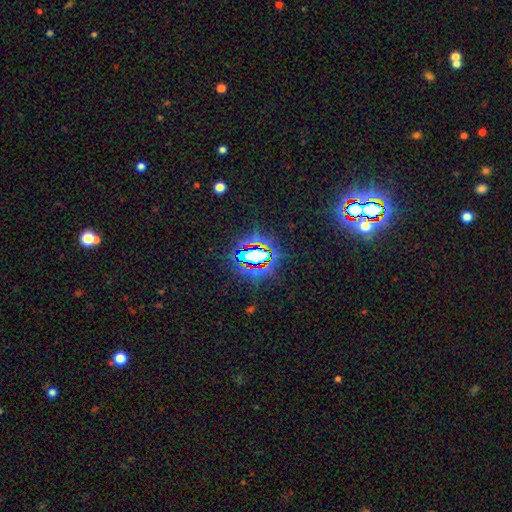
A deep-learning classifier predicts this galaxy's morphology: smooth-or-featured: star or artifact: 71% | smooth: 17% | featured or disk: 12%